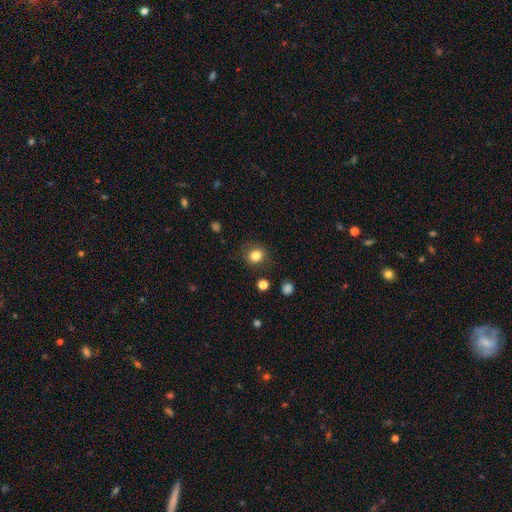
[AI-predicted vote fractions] smooth_or_featured: smooth (p=0.83) [alt: star or artifact p=0.11]
how_rounded: round (p=0.77) [alt: in between p=0.22]
merging: none (p=0.82) [alt: minor disturbance p=0.12]